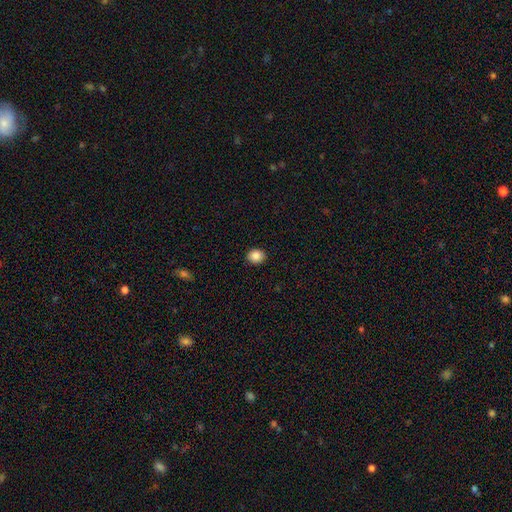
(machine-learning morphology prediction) Smooth or featured? smooth (86%)
How rounded? round (66%)
Merging? none (91%)